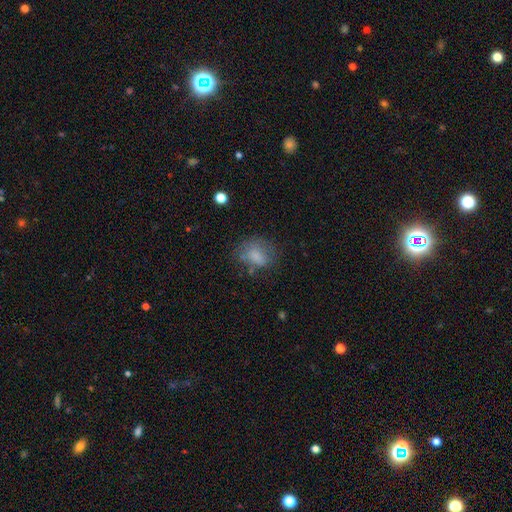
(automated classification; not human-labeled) Smooth or featured? Predicted: smooth (p=0.70). How rounded? Predicted: in between (p=0.53). Merging? Predicted: none (p=0.52).